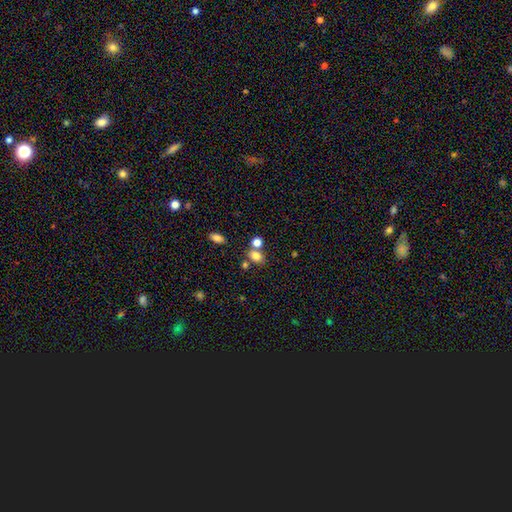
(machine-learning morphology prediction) A smooth galaxy with no disk features (78%) that is in between round and cigar-shaped (59%). Merging: none (56%).